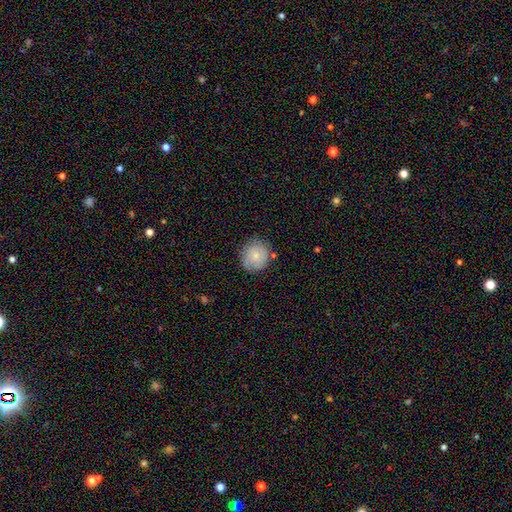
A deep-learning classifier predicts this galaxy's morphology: This appears to be a smooth galaxy with no disk features (64%) that is round (89%). Merging: none (76%).